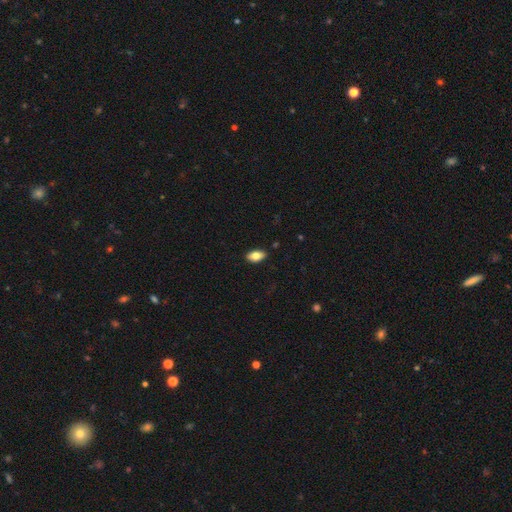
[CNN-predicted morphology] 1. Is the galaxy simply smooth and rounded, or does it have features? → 81% smooth, 12% featured or disk, 7% star or artifact.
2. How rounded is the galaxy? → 92% in between, 4% round, 3% cigar-shaped.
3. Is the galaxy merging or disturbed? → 89% none, 9% minor disturbance, 2% major disturbance, 1% merger.